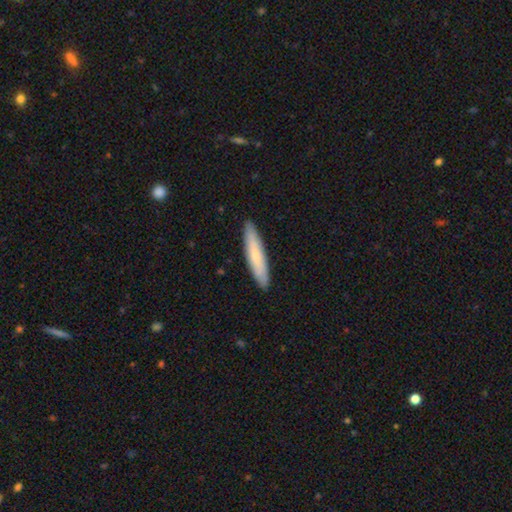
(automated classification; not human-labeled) A smooth galaxy with no disk features (72%) that is cigar-shaped (88%).

Vote fractions:
- Smooth or featured? smooth: 72% / featured or disk: 23% / star or artifact: 5%
- How rounded? cigar-shaped: 88% / in between: 11% / round: 1%
- Merging? none: 90% / minor disturbance: 7% / major disturbance: 1% / merger: 1%